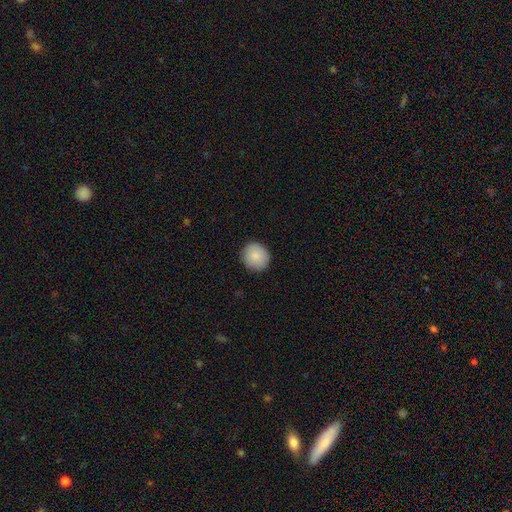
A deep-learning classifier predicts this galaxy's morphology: A smooth galaxy with no disk features (87%) that is round (88%). Merging: none (90%).